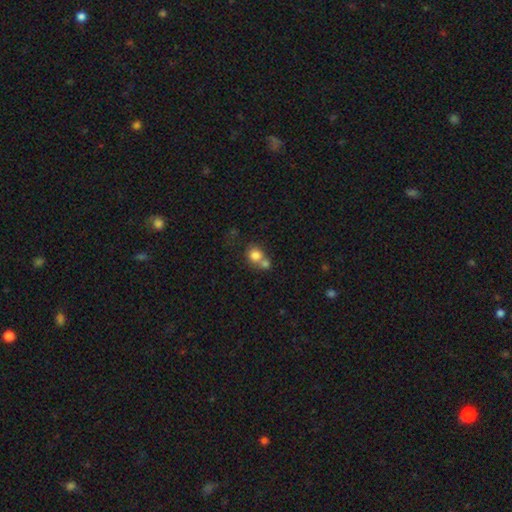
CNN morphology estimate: This appears to be a smooth galaxy with no disk features (79%) that is round (81%). Merging: merger (53%).